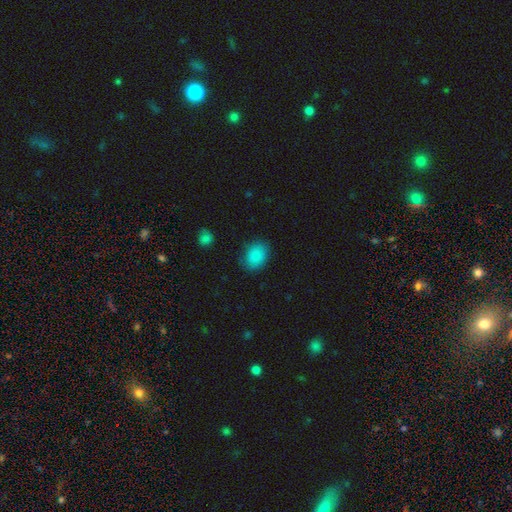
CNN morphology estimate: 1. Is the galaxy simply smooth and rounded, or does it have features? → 88% smooth, 8% star or artifact, 4% featured or disk.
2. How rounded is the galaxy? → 64% in between, 35% round, 1% cigar-shaped.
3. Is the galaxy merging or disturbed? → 80% none, 15% minor disturbance, 4% major disturbance, 1% merger.